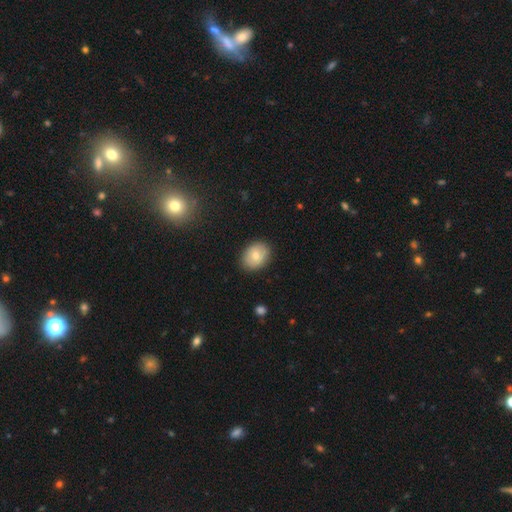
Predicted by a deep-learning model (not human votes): Smooth or featured? smooth (78%)
How rounded? in between (64%)
Merging? none (87%)